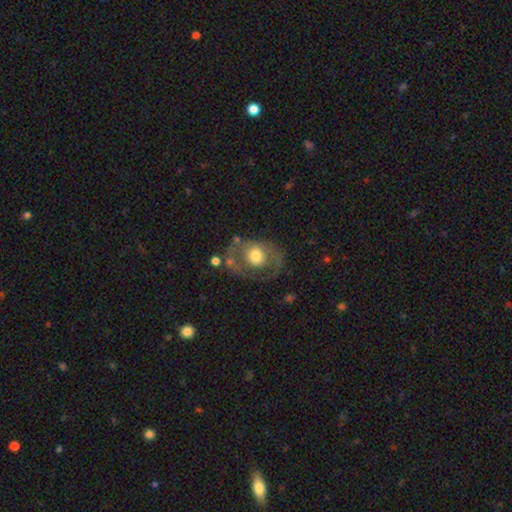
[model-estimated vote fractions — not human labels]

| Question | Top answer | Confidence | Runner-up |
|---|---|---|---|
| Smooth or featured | featured or disk | 48% | smooth (46%) |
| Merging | none | 56% | minor disturbance (21%) |